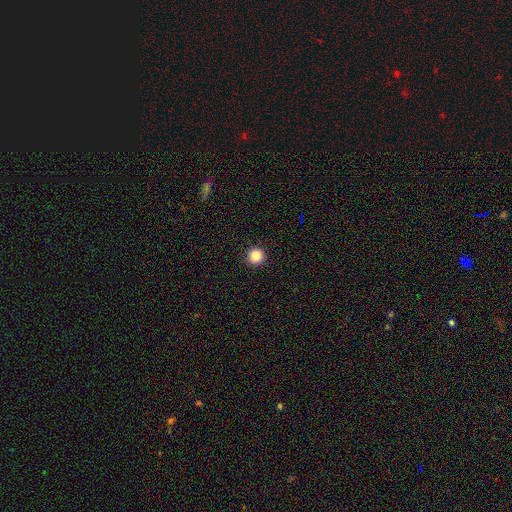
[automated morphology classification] Smooth or featured: smooth — 87% (star or artifact — 10%)
How rounded: round — 96% (in between — 3%)
Merging: none — 93% (minor disturbance — 4%)